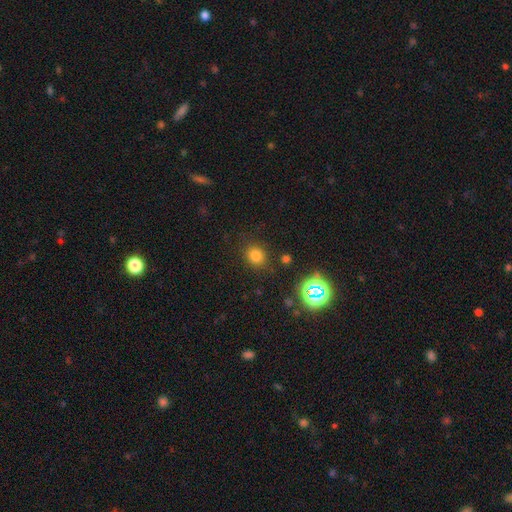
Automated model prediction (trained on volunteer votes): smooth_or_featured: smooth (p=0.75) [alt: star or artifact p=0.19]
how_rounded: round (p=0.71) [alt: in between p=0.28]
merging: none (p=0.83) [alt: minor disturbance p=0.10]